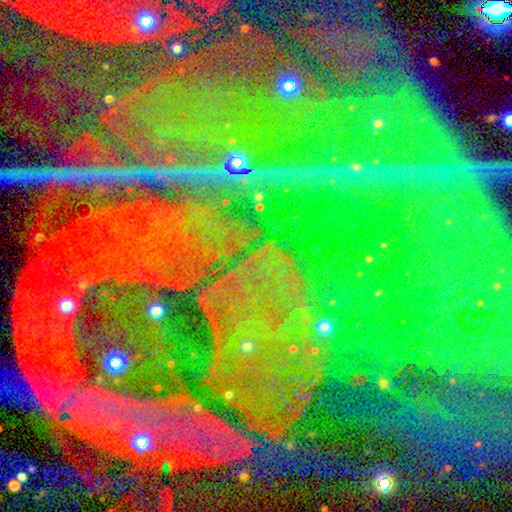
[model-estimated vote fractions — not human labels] Overall: star or artifact (89%).